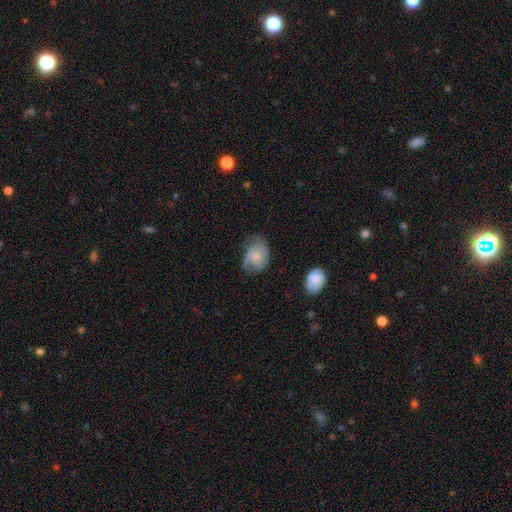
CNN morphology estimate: smooth_or_featured: featured or disk (p=0.48) [alt: smooth p=0.45]
merging: none (p=0.41) [alt: minor disturbance p=0.34]